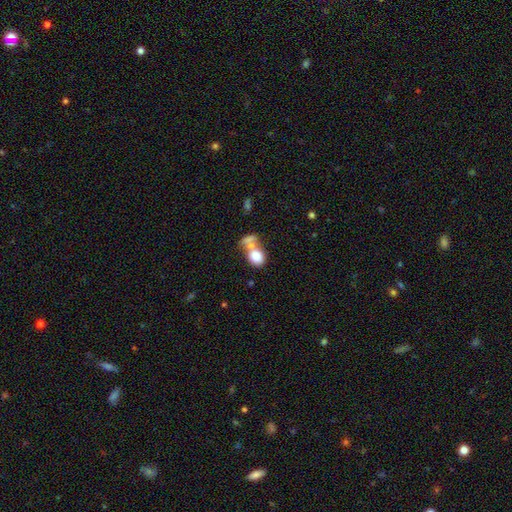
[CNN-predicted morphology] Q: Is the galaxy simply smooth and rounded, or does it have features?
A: smooth — 76%.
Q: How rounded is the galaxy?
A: in between — 56%.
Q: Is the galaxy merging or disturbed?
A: merger — 56%.